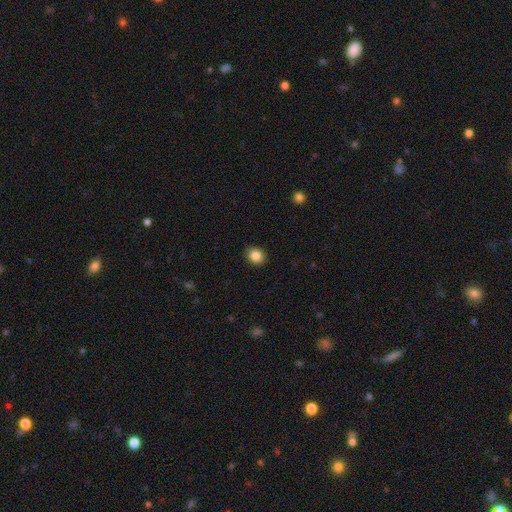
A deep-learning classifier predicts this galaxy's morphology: Overall: smooth (84%). How rounded: round (65%; in between 34%). Merging: none (90%).